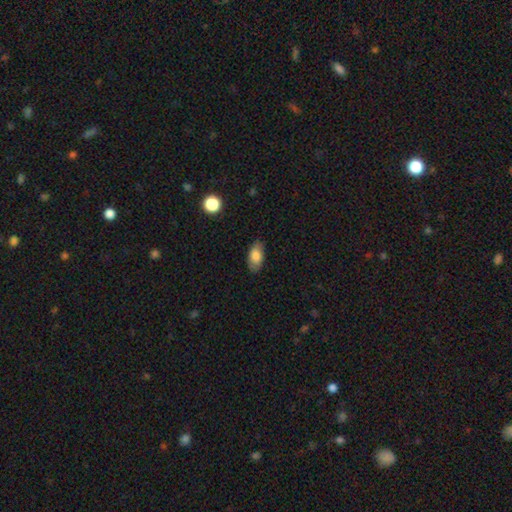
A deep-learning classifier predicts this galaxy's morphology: smooth_or_featured: smooth (p=0.80) [alt: featured or disk p=0.13]
how_rounded: in between (p=0.92) [alt: round p=0.04]
merging: none (p=0.82) [alt: minor disturbance p=0.14]